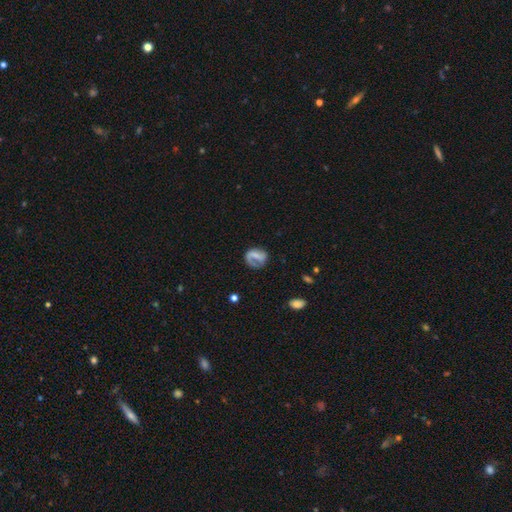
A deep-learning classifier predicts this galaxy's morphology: Smooth or featured: featured or disk — 57% (smooth — 35%)
Edge-on disk: no — 97% (yes — 3%)
Bar: weak — 36% (strong — 34%)
Spiral arms: yes — 75% (no — 25%)
Bulge size: none — 49% (small — 30%)
Merging: none — 54% (major disturbance — 22%)